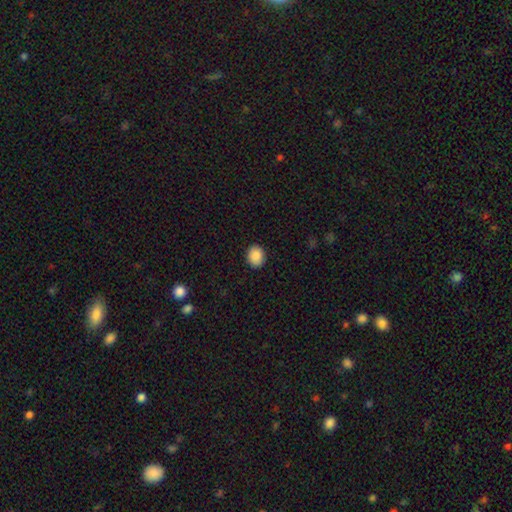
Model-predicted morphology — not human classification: type=smooth (88%); roundness=round (63%); merging=none (90%).